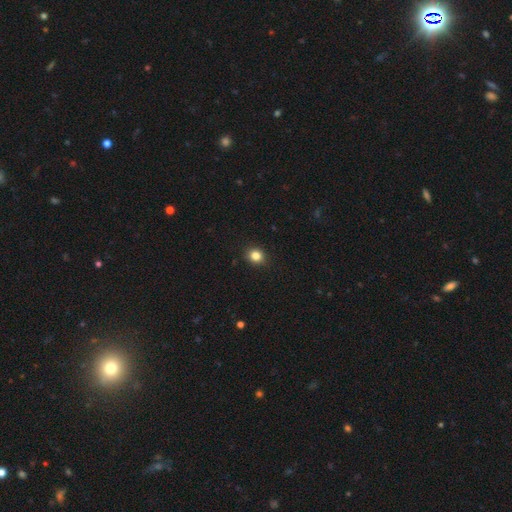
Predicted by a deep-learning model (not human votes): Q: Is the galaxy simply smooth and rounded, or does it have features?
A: smooth — 84%.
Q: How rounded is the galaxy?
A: round — 72%.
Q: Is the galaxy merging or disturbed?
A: none — 90%.